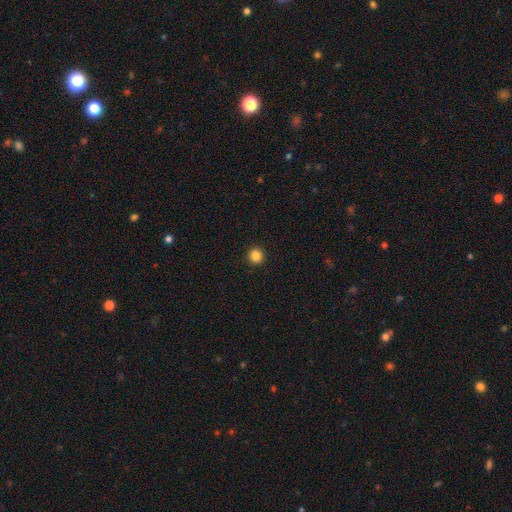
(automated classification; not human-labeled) smooth-or-featured: smooth: 85% | star or artifact: 11% | featured or disk: 3%
  how-rounded: round: 95% | in between: 4% | cigar-shaped: 1%
  merging: none: 94% | minor disturbance: 4% | major disturbance: 1% | merger: 1%